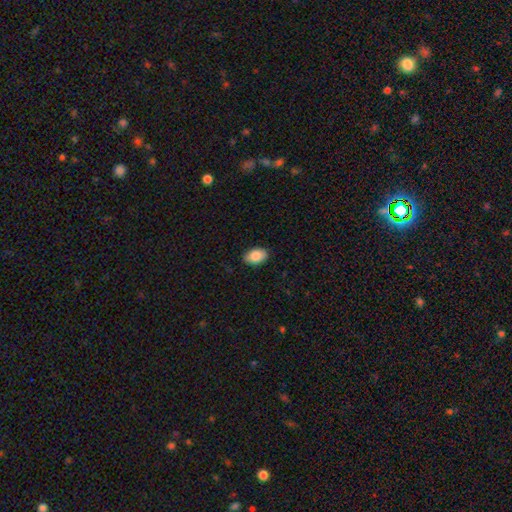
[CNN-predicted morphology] This appears to be a smooth galaxy with no disk features (87%) that is in between round and cigar-shaped (90%). Merging: none (88%).